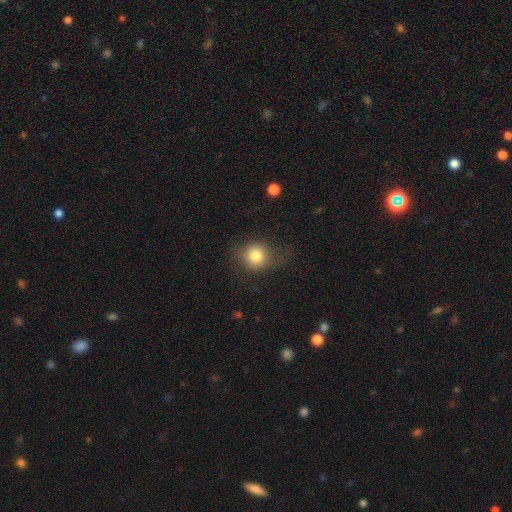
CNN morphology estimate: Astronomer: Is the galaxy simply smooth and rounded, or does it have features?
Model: smooth — 79%.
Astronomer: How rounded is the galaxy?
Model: round — 83%.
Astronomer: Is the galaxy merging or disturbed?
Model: none — 67%.